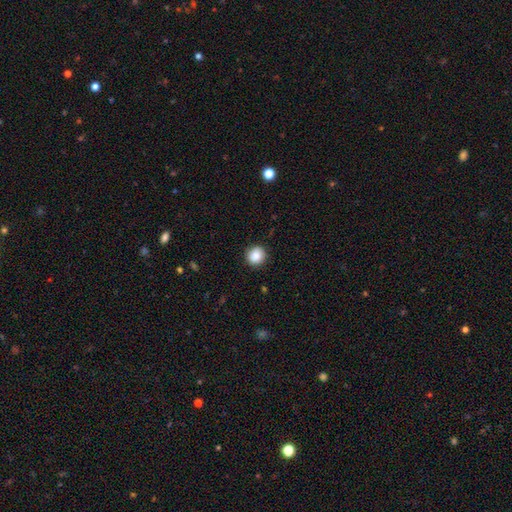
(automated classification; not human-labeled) A smooth galaxy with no disk features (87%) that is round (90%).

Vote fractions:
- Smooth or featured? smooth: 87% / star or artifact: 9% / featured or disk: 5%
- How rounded? round: 90% / in between: 9% / cigar-shaped: 1%
- Merging? none: 89% / minor disturbance: 8% / major disturbance: 2% / merger: 1%